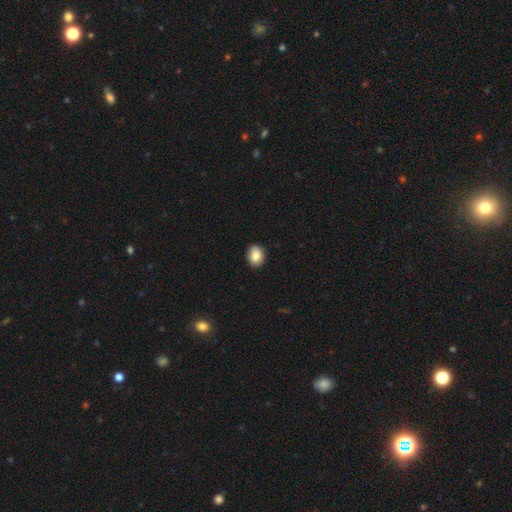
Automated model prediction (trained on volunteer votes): Smooth or featured: smooth — 86% (star or artifact — 8%)
How rounded: in between — 54% (round — 45%)
Merging: none — 90% (minor disturbance — 7%)